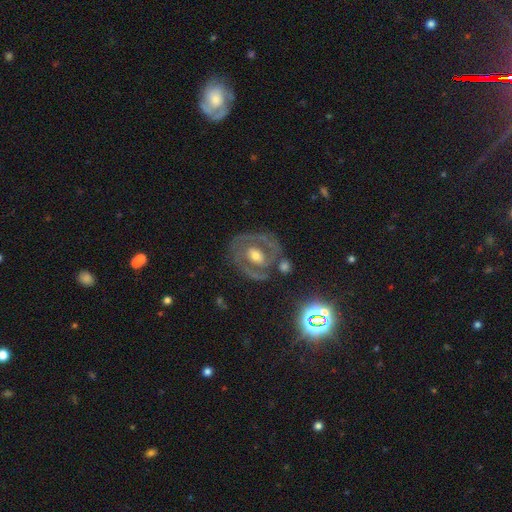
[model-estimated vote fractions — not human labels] Overall: featured or disk (76%). Edge-on disk: no (96%). Bar: no (50%; weak 33%). Spiral arms: yes (68%; no 32%). Bulge size: moderate (65%). Merging: none (69%).